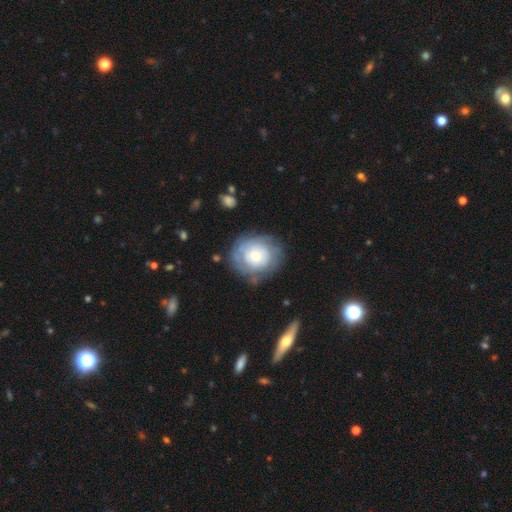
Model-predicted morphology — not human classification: A featured or disk galaxy (51%).

Vote fractions:
- Smooth or featured? featured or disk: 51% / smooth: 42% / star or artifact: 7%
- Edge-on disk? no: 97% / yes: 3%
- Merging? none: 72% / minor disturbance: 18% / major disturbance: 8% / merger: 2%